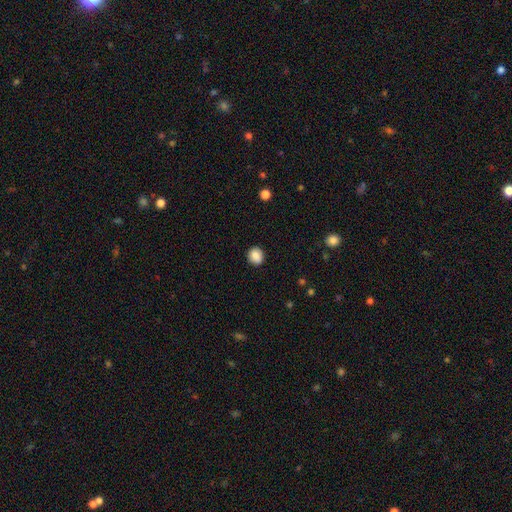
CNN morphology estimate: Q: Smooth or featured?
A: smooth (86%); runner-up: star or artifact (9%)
Q: How rounded?
A: round (78%); runner-up: in between (21%)
Q: Merging?
A: none (88%); runner-up: minor disturbance (9%)